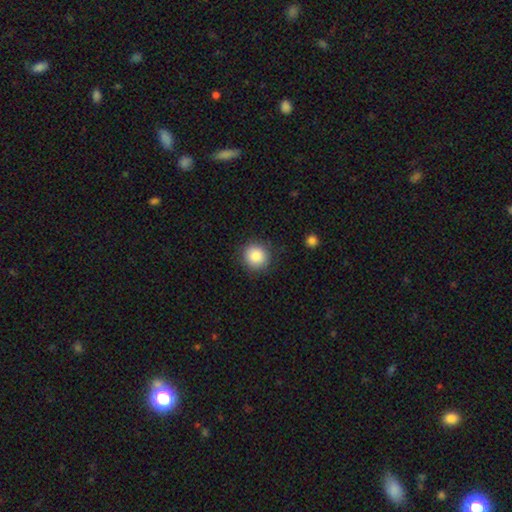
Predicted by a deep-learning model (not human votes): This is clearly a smooth galaxy (86%). How rounded: clearly round (91%). Merging: clearly none (88%).